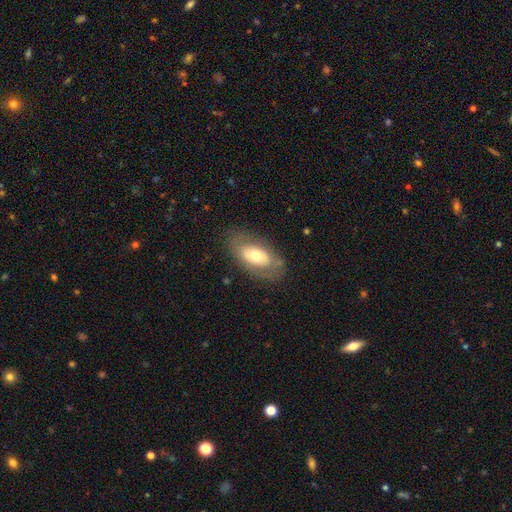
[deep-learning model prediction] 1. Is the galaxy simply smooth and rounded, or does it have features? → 54% smooth, 40% featured or disk, 7% star or artifact.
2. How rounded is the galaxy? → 91% in between, 6% round, 3% cigar-shaped.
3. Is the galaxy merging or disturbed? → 76% none, 16% minor disturbance, 7% major disturbance, 1% merger.